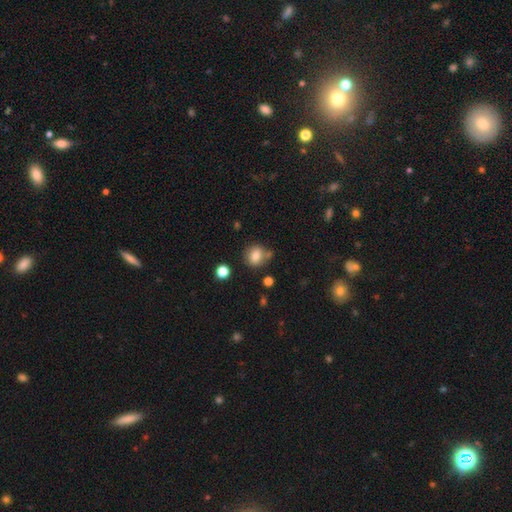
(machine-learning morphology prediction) type=smooth (79%); roundness=round (73%); merging=none (69%).